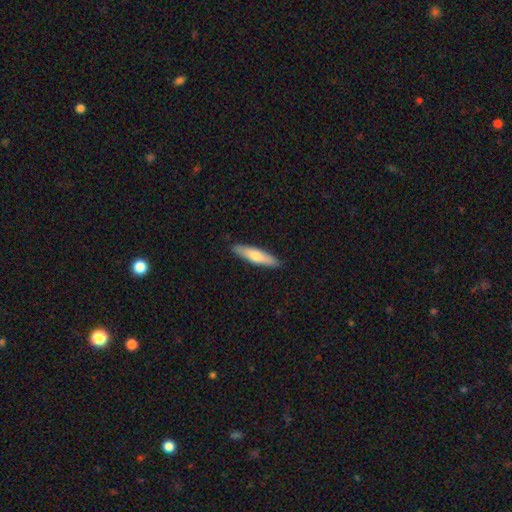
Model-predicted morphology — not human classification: Overall: smooth (66%; featured or disk 29%). How rounded: cigar-shaped (80%). Merging: none (90%).